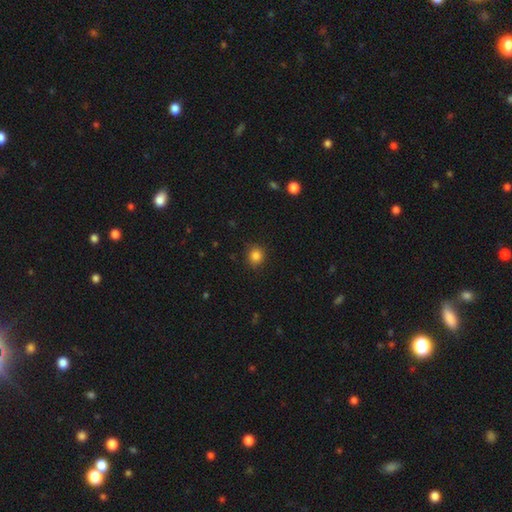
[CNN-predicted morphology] The model was most divided on "how rounded": round: 84%, in between: 15%, cigar-shaped: 1%. More confident: merging — none (86%); smooth or featured — smooth (85%).